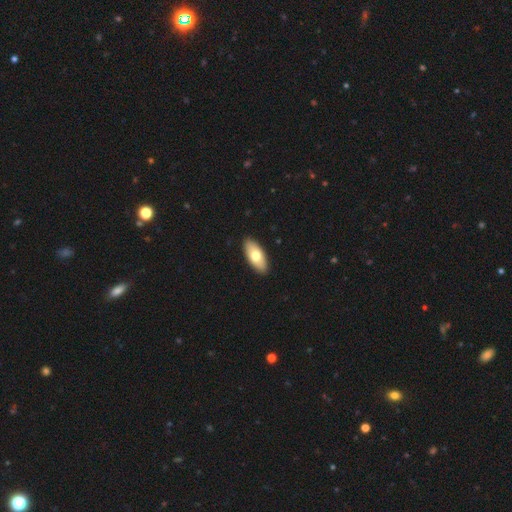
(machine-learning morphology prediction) smooth_or_featured: smooth (p=0.73) [alt: featured or disk p=0.22]
how_rounded: in between (p=0.89) [alt: cigar-shaped p=0.08]
merging: none (p=0.91) [alt: minor disturbance p=0.07]